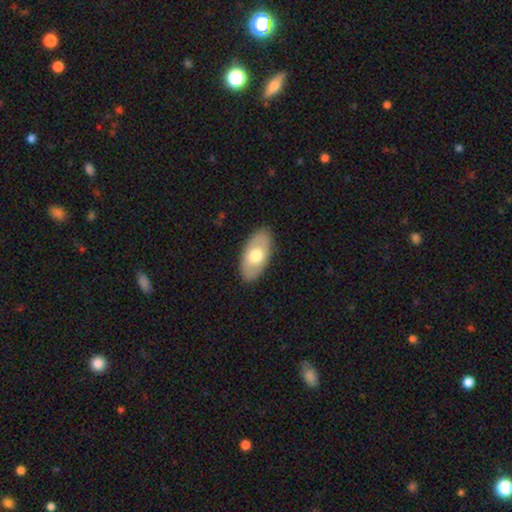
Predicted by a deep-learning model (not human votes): Overall: smooth (60%; featured or disk 35%). How rounded: in between (94%). Merging: none (87%).